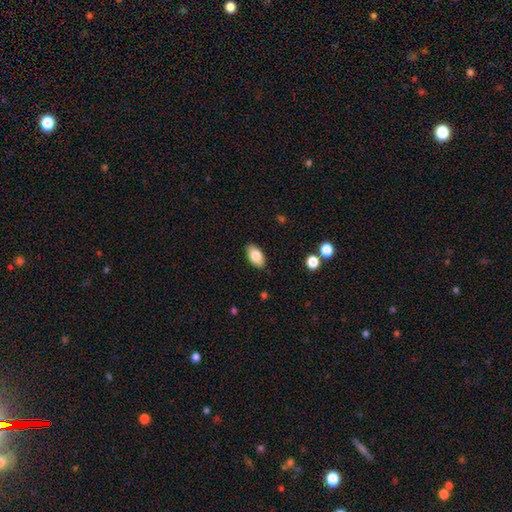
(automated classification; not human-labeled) A smooth galaxy with no disk features (82%) that is in between round and cigar-shaped (94%).

Vote fractions:
- Smooth or featured? smooth: 82% / featured or disk: 11% / star or artifact: 7%
- How rounded? in between: 94% / round: 4% / cigar-shaped: 2%
- Merging? none: 87% / minor disturbance: 9% / major disturbance: 2% / merger: 1%